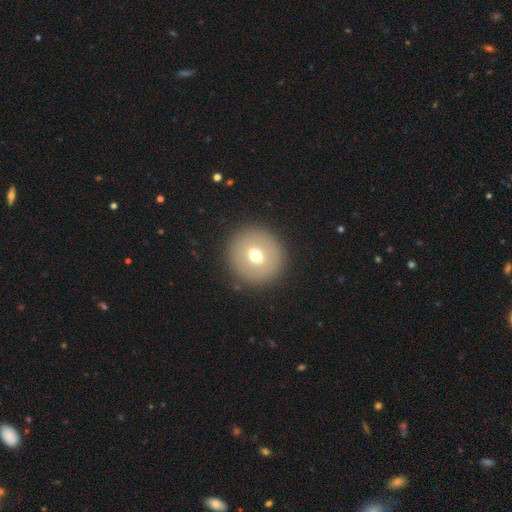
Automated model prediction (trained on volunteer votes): A smooth galaxy with no disk features (65%) that is round (93%).

Vote fractions:
- Smooth or featured? smooth: 65% / featured or disk: 24% / star or artifact: 11%
- How rounded? round: 93% / in between: 6% / cigar-shaped: 1%
- Merging? none: 90% / minor disturbance: 6% / major disturbance: 3% / merger: 1%